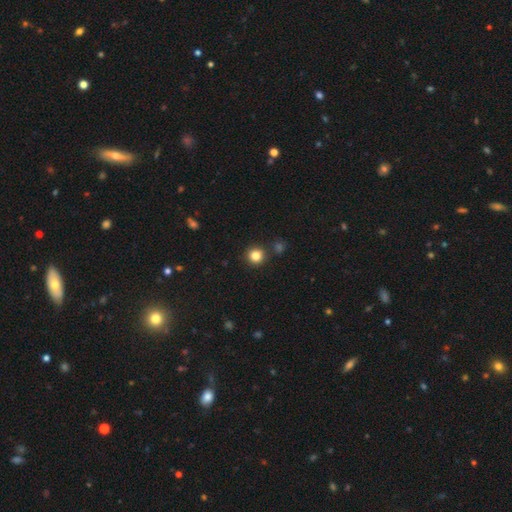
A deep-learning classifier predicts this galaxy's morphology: Smooth or featured? Predicted: smooth (p=0.83). How rounded? Predicted: round (p=0.93). Merging? Predicted: none (p=0.86).